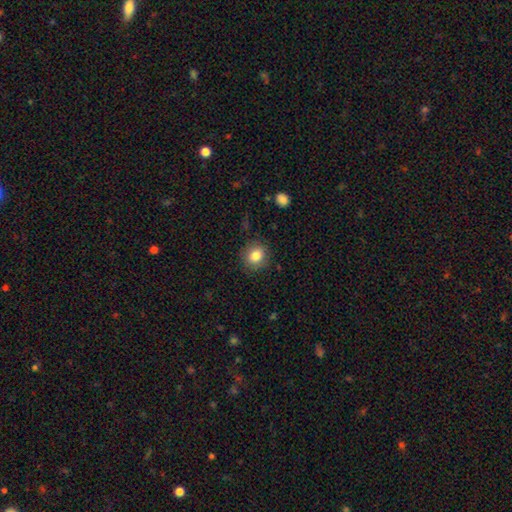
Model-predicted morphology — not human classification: Overall: smooth (83%). How rounded: round (80%). Merging: none (86%).